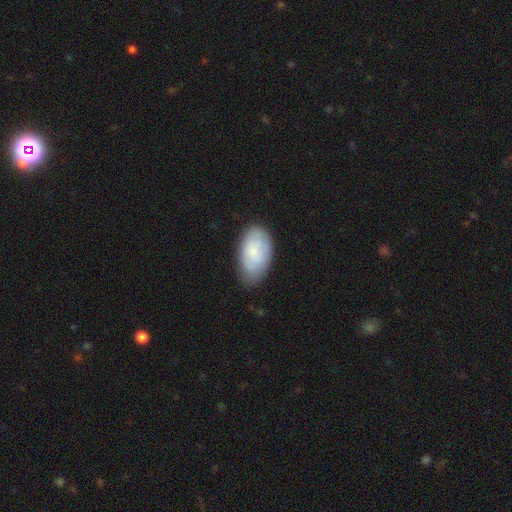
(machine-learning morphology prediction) smooth-or-featured: smooth: 72% | featured or disk: 21% | star or artifact: 7%
  how-rounded: in between: 94% | round: 3% | cigar-shaped: 2%
  merging: none: 73% | minor disturbance: 22% | major disturbance: 4% | merger: 1%